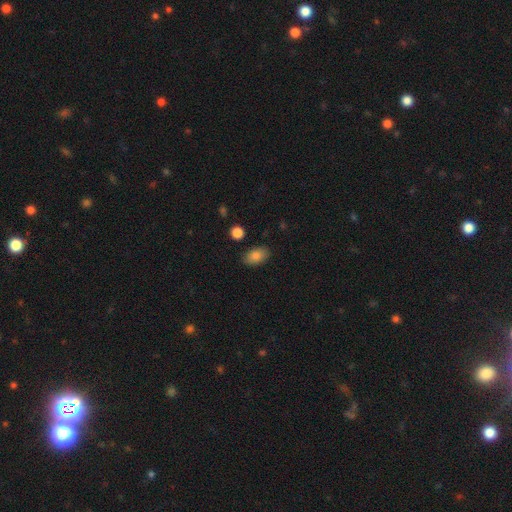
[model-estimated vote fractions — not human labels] Smooth or featured? Predicted: smooth (p=0.85). How rounded? Predicted: in between (p=0.90). Merging? Predicted: none (p=0.84).